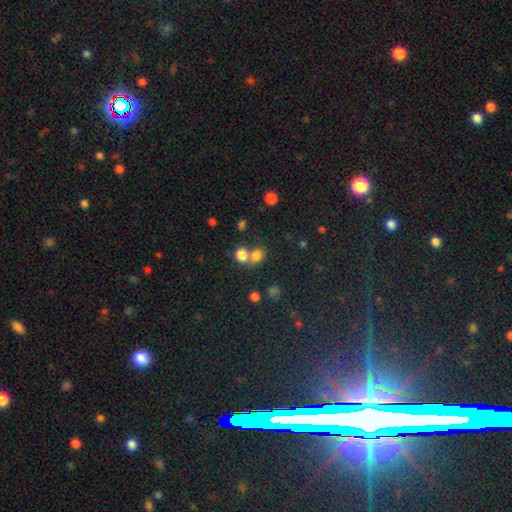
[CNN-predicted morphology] Smooth or featured? Predicted: smooth (p=0.76). How rounded? Predicted: round (p=0.61). Merging? Predicted: none (p=0.45).